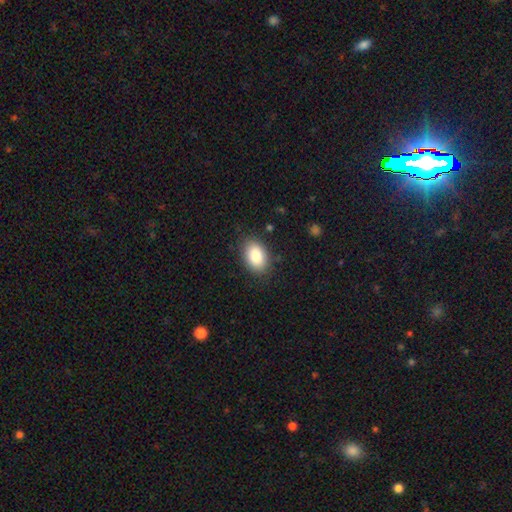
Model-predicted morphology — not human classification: smooth-or-featured: smooth: 87% | star or artifact: 7% | featured or disk: 6%
  how-rounded: in between: 86% | round: 13% | cigar-shaped: 1%
  merging: none: 84% | minor disturbance: 11% | major disturbance: 3% | merger: 1%